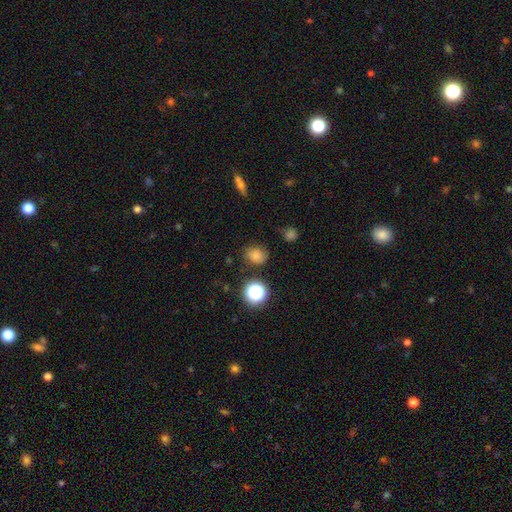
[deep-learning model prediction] smooth_or_featured: smooth (p=0.73) [alt: star or artifact p=0.18]
how_rounded: round (p=0.64) [alt: in between p=0.35]
merging: none (p=0.75) [alt: minor disturbance p=0.18]